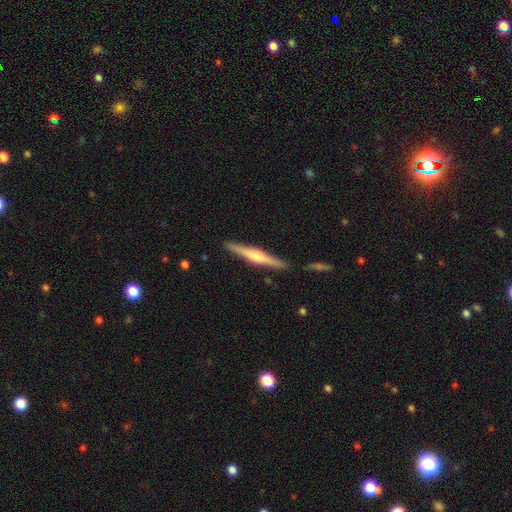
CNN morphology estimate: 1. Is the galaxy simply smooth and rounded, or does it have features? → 67% featured or disk, 28% smooth, 5% star or artifact.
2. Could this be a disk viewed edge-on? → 98% yes, 2% no.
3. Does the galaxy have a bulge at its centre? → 81% rounded, 12% boxy, 7% none.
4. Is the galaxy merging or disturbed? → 89% none, 8% minor disturbance, 2% merger, 2% major disturbance.